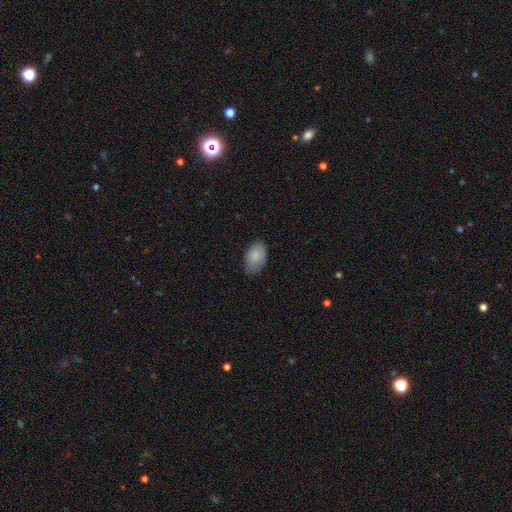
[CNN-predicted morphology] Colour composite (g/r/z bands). It shows a smooth galaxy with no disk features (83%) that is in between round and cigar-shaped (91%). Merging: none (73%).